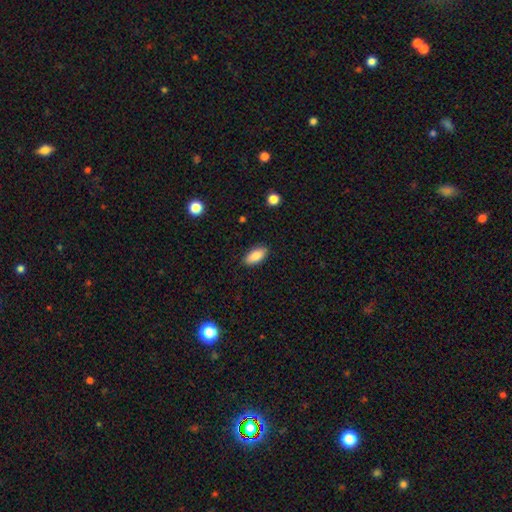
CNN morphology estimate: This is clearly a smooth galaxy (85%). How rounded: clearly in between (89%). Merging: clearly none (87%).